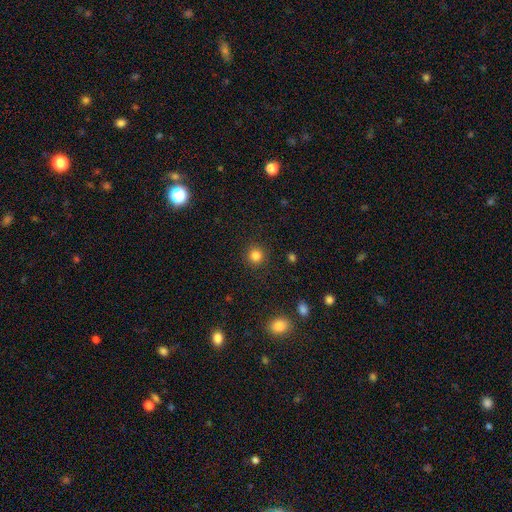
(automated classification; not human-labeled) Smooth or featured? Predicted: smooth (p=0.83). How rounded? Predicted: round (p=0.92). Merging? Predicted: none (p=0.90).